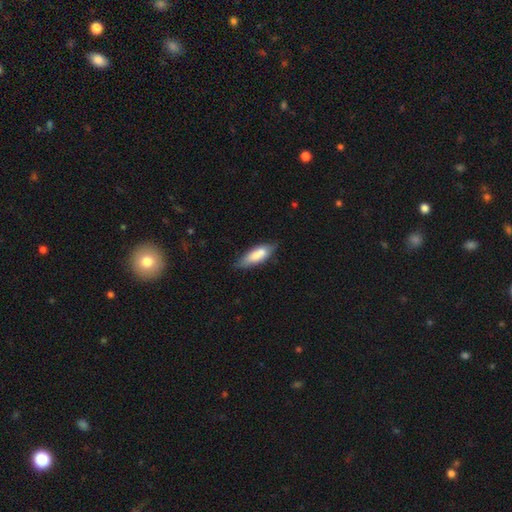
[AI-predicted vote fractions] Smooth or featured? smooth (77%)
How rounded? in between (57%)
Merging? none (69%)